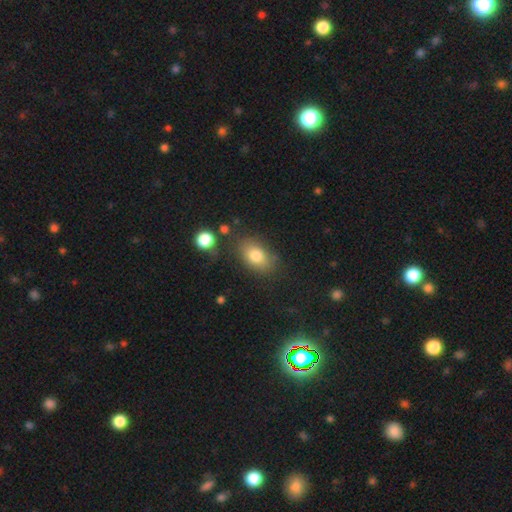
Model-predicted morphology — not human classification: This appears to be a smooth galaxy with no disk features (78%) that is in between round and cigar-shaped (83%). Merging: none (74%).